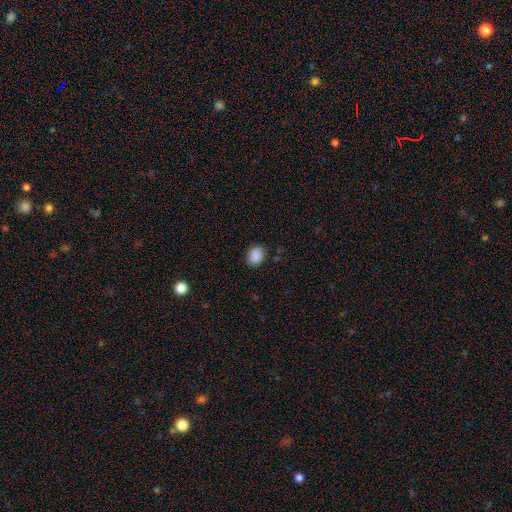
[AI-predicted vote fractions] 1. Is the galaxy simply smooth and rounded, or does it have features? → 88% smooth, 8% star or artifact, 4% featured or disk.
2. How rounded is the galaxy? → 51% in between, 48% round, 1% cigar-shaped.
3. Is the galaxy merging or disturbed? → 84% none, 12% minor disturbance, 3% major disturbance, 1% merger.